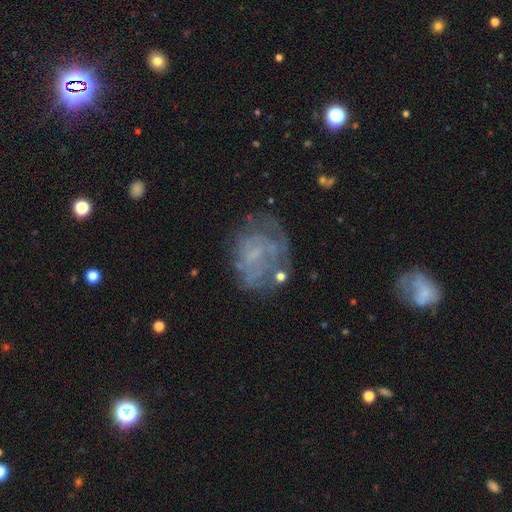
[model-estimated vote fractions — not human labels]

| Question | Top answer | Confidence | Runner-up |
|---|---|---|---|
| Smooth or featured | featured or disk | 58% | smooth (28%) |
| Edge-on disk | no | 98% | yes (2%) |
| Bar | no | 72% | weak (23%) |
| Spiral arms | no | 54% | yes (46%) |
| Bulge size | none | 52% | small (33%) |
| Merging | none | 52% | minor disturbance (22%) |